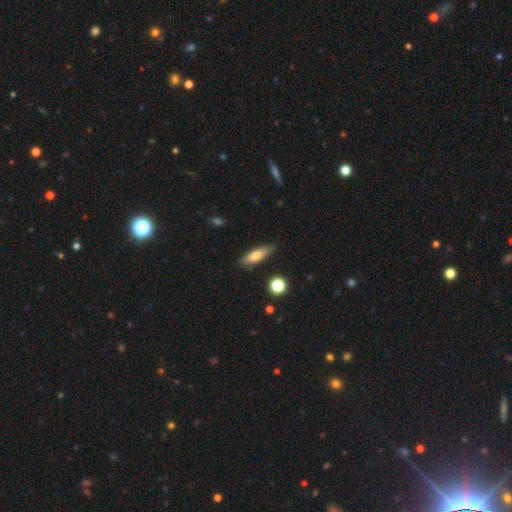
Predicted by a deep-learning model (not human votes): smooth_or_featured: smooth (p=0.68) [alt: featured or disk p=0.25]
how_rounded: cigar-shaped (p=0.57) [alt: in between p=0.40]
merging: none (p=0.84) [alt: minor disturbance p=0.12]